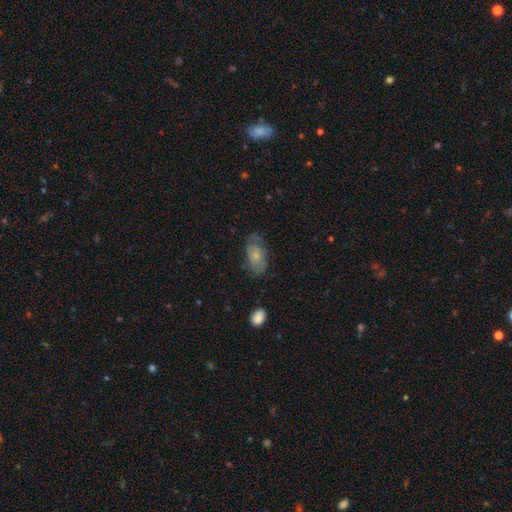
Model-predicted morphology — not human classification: smooth-or-featured: smooth: 60% | featured or disk: 33% | star or artifact: 7%
  how-rounded: in between: 91% | round: 7% | cigar-shaped: 3%
  merging: none: 61% | minor disturbance: 26% | major disturbance: 11% | merger: 2%